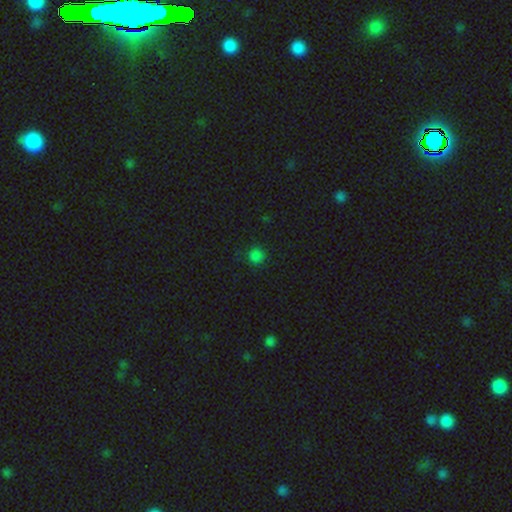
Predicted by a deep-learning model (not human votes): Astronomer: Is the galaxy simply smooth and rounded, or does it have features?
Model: smooth — 78%.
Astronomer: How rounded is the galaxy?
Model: round — 91%.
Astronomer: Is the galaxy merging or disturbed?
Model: none — 85%.